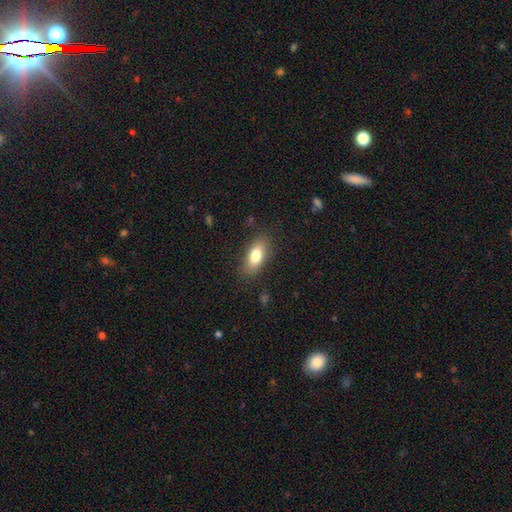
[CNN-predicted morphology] This appears to be a smooth galaxy with no disk features (80%) that is in between round and cigar-shaped (83%). Merging: none (83%).